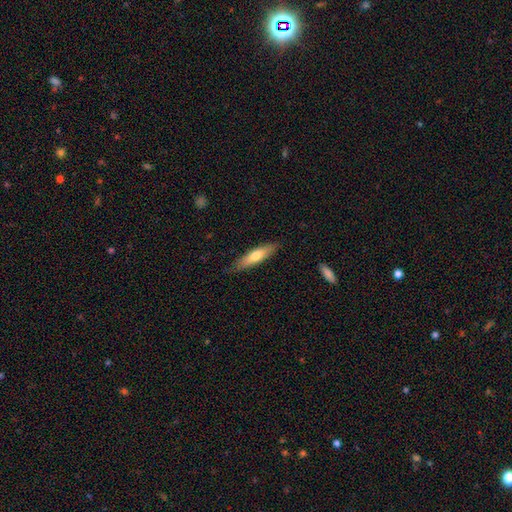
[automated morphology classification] Q: Smooth or featured?
A: smooth (65%); runner-up: featured or disk (29%)
Q: How rounded?
A: cigar-shaped (71%); runner-up: in between (27%)
Q: Merging?
A: none (83%); runner-up: minor disturbance (14%)